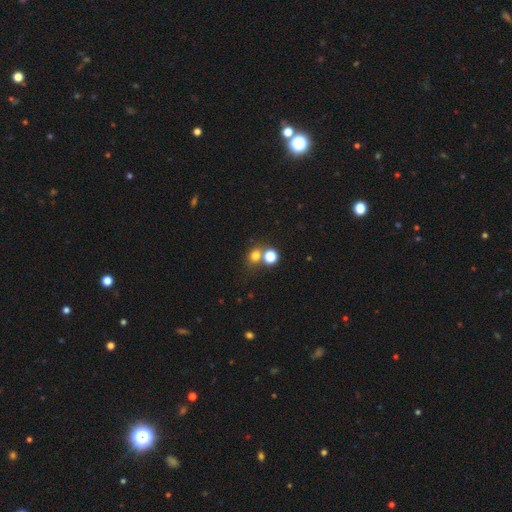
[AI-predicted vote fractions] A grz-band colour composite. It shows a smooth galaxy with no disk features (73%) that is round (73%). Merging: none (58%).